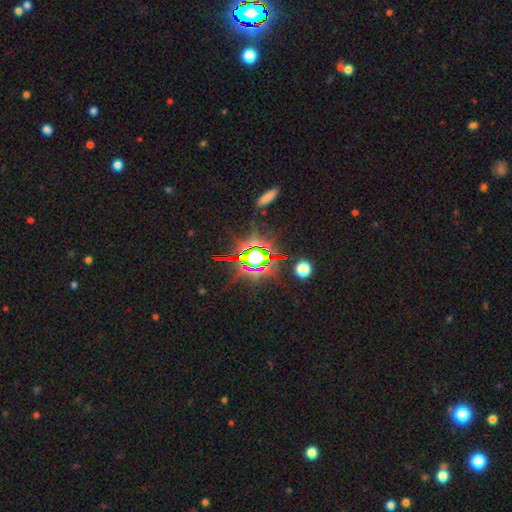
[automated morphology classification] Smooth or featured?
  - star or artifact: 75% *
  - smooth: 14%
  - featured or disk: 11%